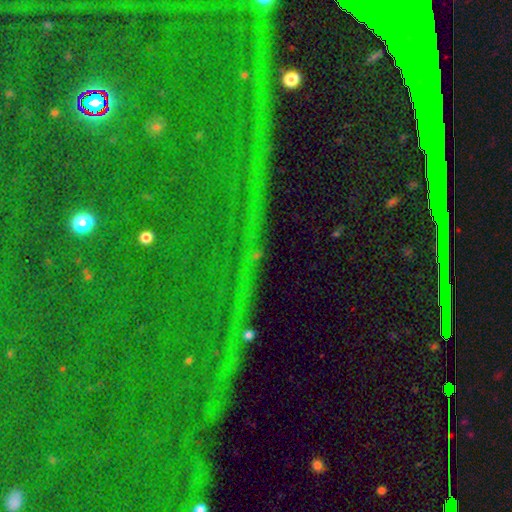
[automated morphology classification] The model was most divided on "smooth or featured": star or artifact: 73%, smooth: 15%, featured or disk: 12%.